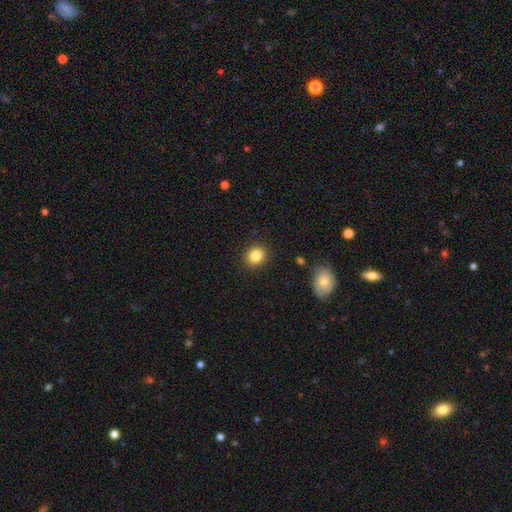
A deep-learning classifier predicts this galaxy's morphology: smooth-or-featured: smooth: 84% | star or artifact: 10% | featured or disk: 6%
  how-rounded: round: 71% | in between: 29% | cigar-shaped: 1%
  merging: none: 89% | minor disturbance: 7% | major disturbance: 2% | merger: 1%